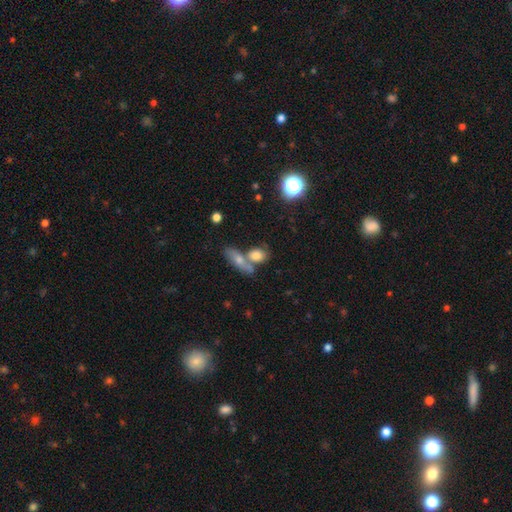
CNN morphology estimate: smooth 74%, featured or disk 15%, star or artifact 11%. Down the decision tree: how rounded — in between (55%); merging — merger (45%).